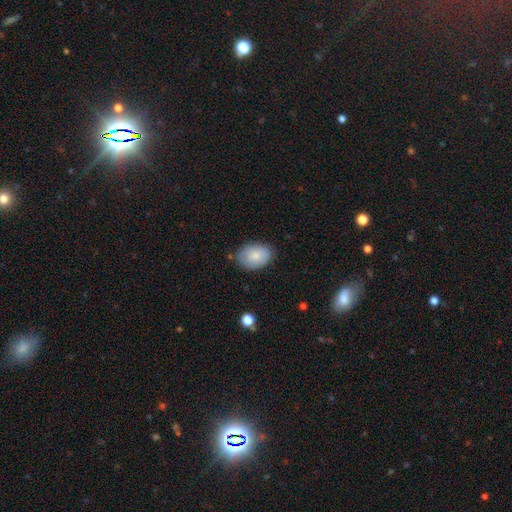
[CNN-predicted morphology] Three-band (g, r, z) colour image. It shows a smooth galaxy with no disk features (80%) that is in between round and cigar-shaped (82%). Merging: none (78%).